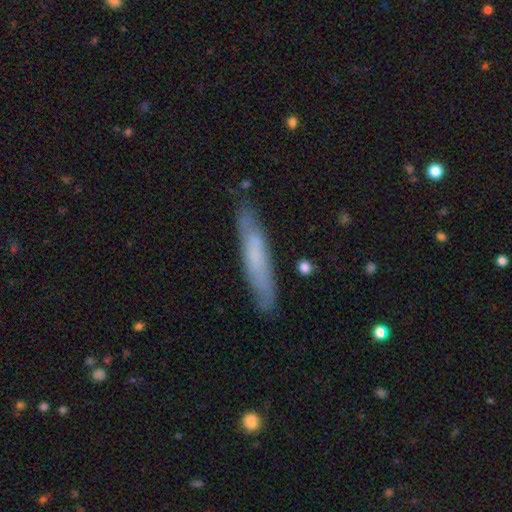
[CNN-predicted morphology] type=smooth (55%); roundness=cigar-shaped (91%); merging=none (82%).